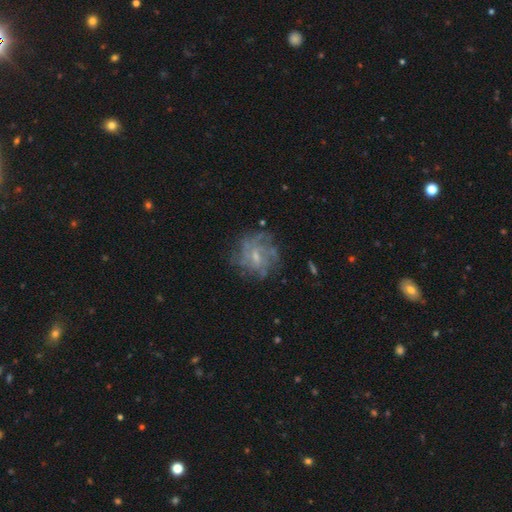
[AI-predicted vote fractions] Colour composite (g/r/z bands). It shows a featured or disk galaxy (68%) with no bar (56%), spiral arms (69%) and a small central bulge (54%). Merging: none (68%).